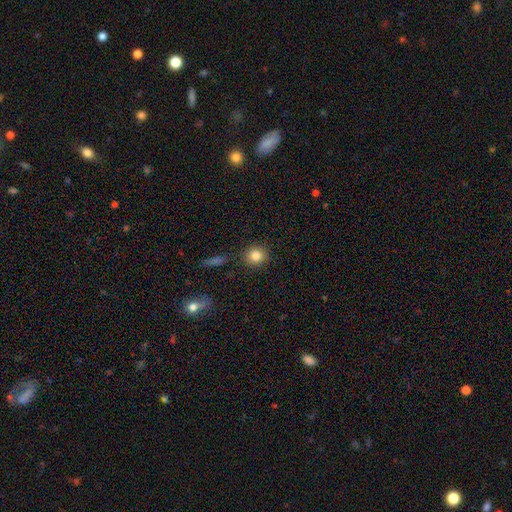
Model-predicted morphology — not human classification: Smooth or featured?
  - smooth: 83% *
  - star or artifact: 10%
  - featured or disk: 7%
How rounded?
  - round: 89% *
  - in between: 10%
  - cigar-shaped: 1%
Merging?
  - none: 87% *
  - minor disturbance: 8%
  - merger: 3%
  - major disturbance: 2%